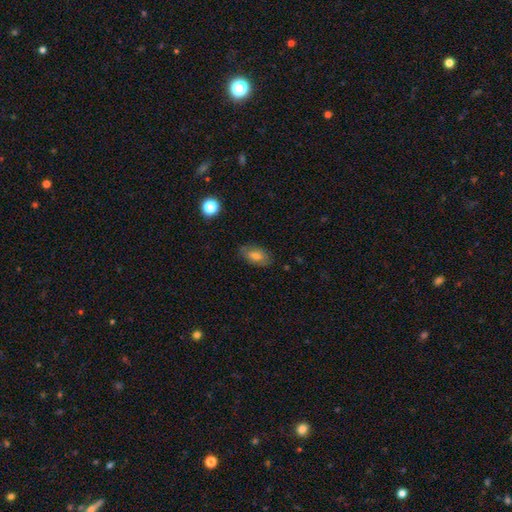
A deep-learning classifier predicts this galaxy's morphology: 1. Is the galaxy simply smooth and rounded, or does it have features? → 72% smooth, 19% featured or disk, 9% star or artifact.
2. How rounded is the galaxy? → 90% in between, 5% round, 5% cigar-shaped.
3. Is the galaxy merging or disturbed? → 82% none, 14% minor disturbance, 3% major disturbance, 1% merger.